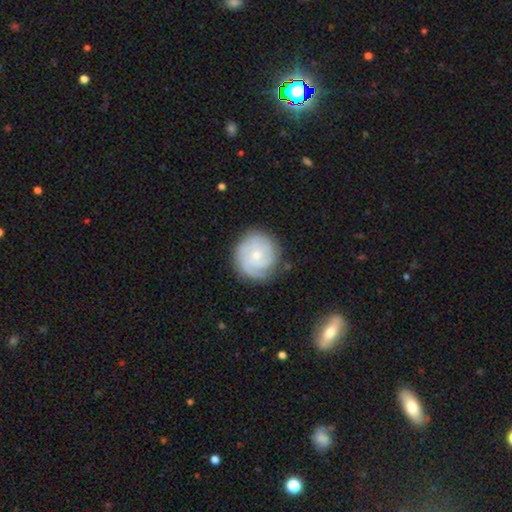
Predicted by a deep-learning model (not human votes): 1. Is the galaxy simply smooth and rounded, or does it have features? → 74% featured or disk, 20% smooth, 6% star or artifact.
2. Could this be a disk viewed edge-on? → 98% no, 2% yes.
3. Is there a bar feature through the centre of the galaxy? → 73% no, 24% weak, 3% strong.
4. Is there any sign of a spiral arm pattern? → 94% yes, 6% no.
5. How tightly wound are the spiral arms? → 67% tight, 26% medium, 7% loose.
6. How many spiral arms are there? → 32% 3, 28% can't tell, 20% 2, 8% 4, 6% 1, 5% more than 4.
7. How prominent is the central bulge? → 57% small, 39% moderate, 2% none, 2% large, 1% dominant.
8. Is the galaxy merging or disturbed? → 79% none, 15% minor disturbance, 5% major disturbance, 1% merger.